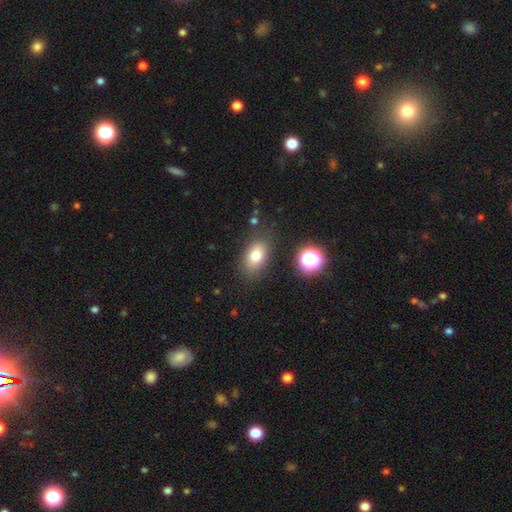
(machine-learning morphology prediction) smooth 77%, star or artifact 11%, featured or disk 11%. Down the decision tree: how rounded — in between (84%); merging — none (81%).